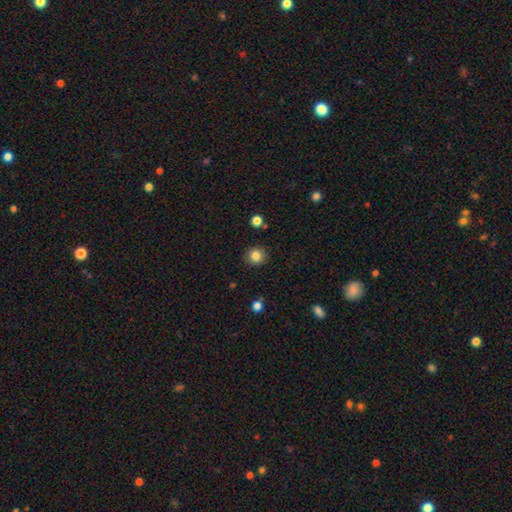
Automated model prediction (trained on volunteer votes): A smooth galaxy with no disk features (84%) that is round (89%).

Vote fractions:
- Smooth or featured? smooth: 84% / star or artifact: 11% / featured or disk: 6%
- How rounded? round: 89% / in between: 10% / cigar-shaped: 1%
- Merging? none: 89% / minor disturbance: 7% / major disturbance: 2% / merger: 2%